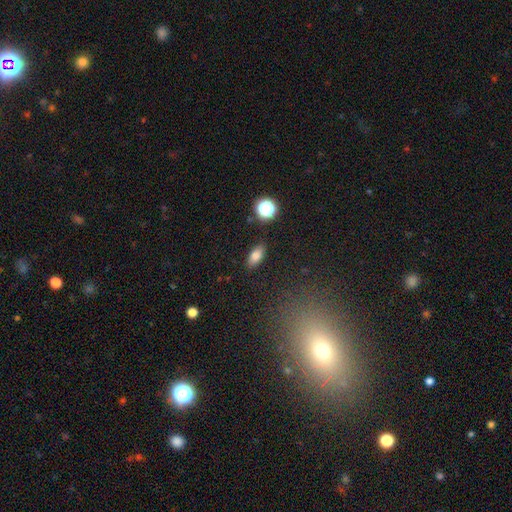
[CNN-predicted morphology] Q: Smooth or featured?
A: smooth (79%); runner-up: featured or disk (11%)
Q: How rounded?
A: in between (84%); runner-up: cigar-shaped (11%)
Q: Merging?
A: none (88%); runner-up: minor disturbance (8%)